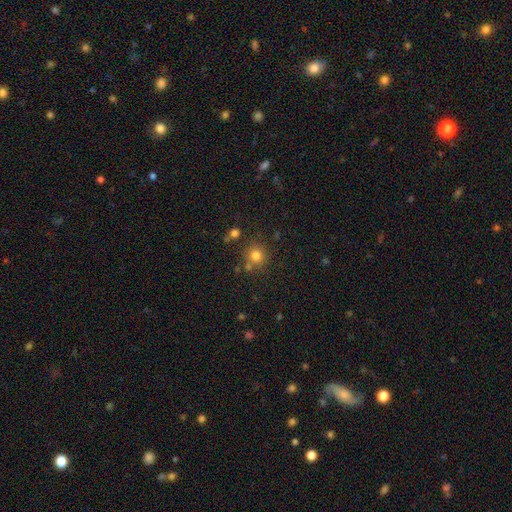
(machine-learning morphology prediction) Overall: smooth (79%). How rounded: round (91%). Merging: none (77%).